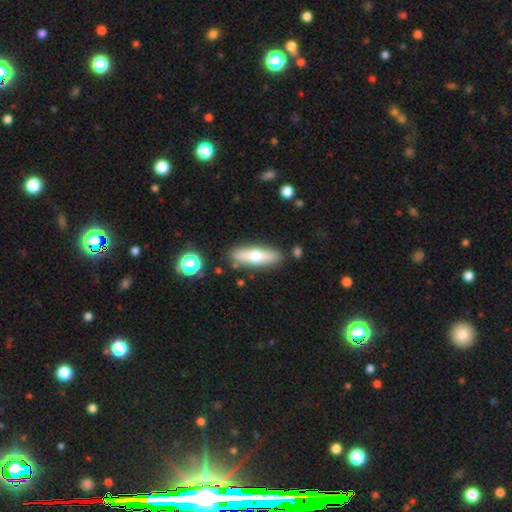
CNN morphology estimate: A smooth galaxy with no disk features (51%) that is cigar-shaped (64%). Merging: none (84%).